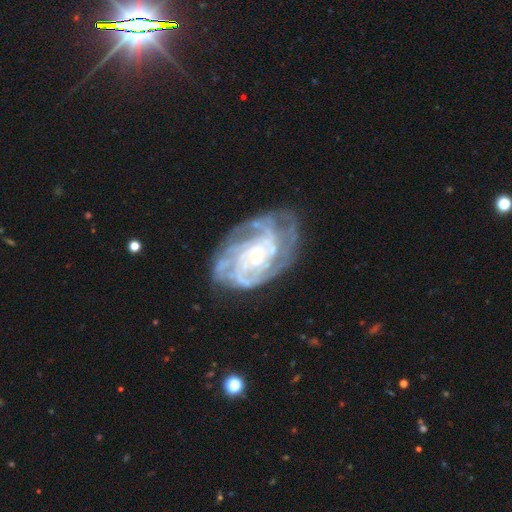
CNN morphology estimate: A featured or disk galaxy (87%) with no bar (67%), tight (66%) spiral arms (94%) and a small central bulge (75%). Merging: none (67%).